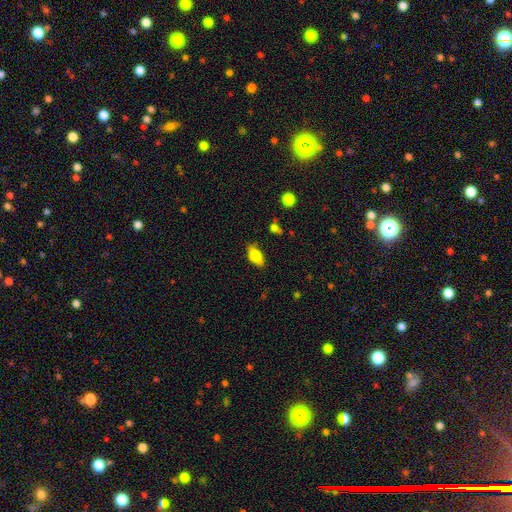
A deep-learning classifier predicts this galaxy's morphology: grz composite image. It shows a smooth galaxy with no disk features (76%) that is in between round and cigar-shaped (86%). Merging: none (78%).